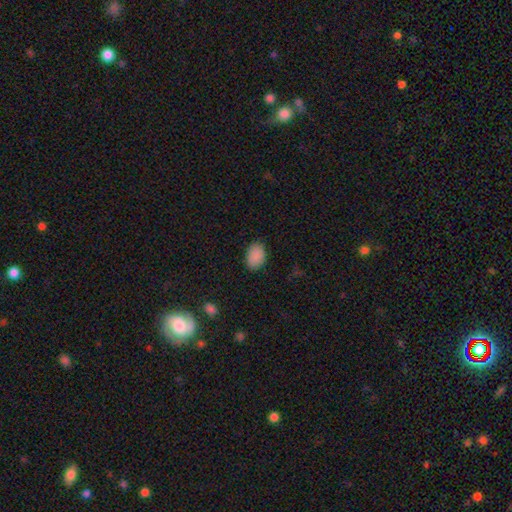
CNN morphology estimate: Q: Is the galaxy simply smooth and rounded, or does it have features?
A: smooth — 89%.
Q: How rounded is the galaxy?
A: in between — 85%.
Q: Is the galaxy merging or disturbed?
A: none — 86%.